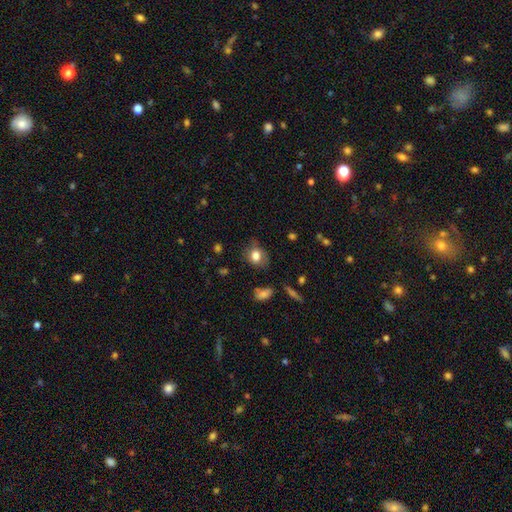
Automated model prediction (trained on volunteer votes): smooth 78%, featured or disk 12%, star or artifact 10%. Down the decision tree: how rounded — in between (50%); merging — none (65%).